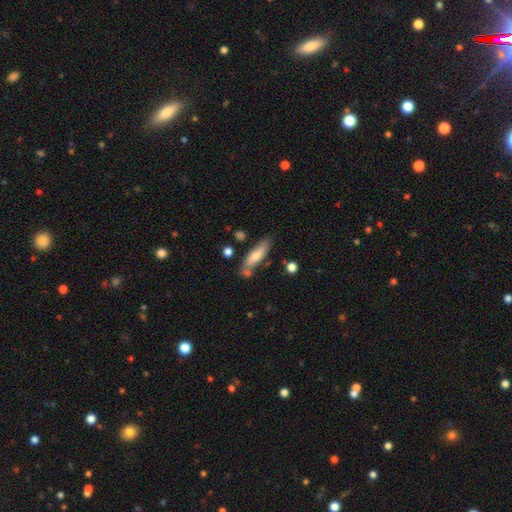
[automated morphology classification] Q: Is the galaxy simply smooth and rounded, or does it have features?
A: smooth — 67%.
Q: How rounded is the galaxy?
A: cigar-shaped — 57%.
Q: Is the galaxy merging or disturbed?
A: none — 69%.